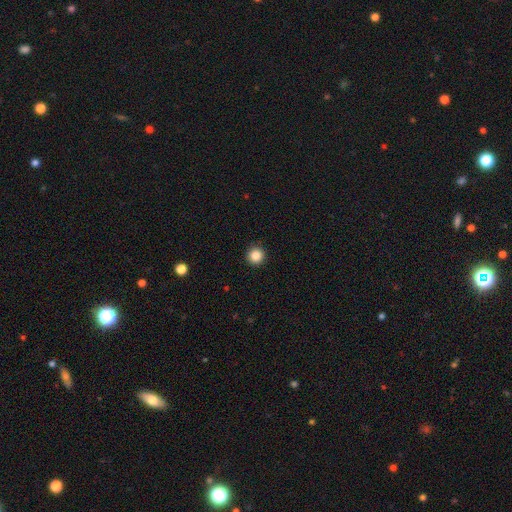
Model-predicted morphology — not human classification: Smooth or featured?
  - smooth: 86% *
  - star or artifact: 10%
  - featured or disk: 3%
How rounded?
  - round: 96% *
  - in between: 3%
  - cigar-shaped: 1%
Merging?
  - none: 92% *
  - minor disturbance: 5%
  - major disturbance: 2%
  - merger: 1%